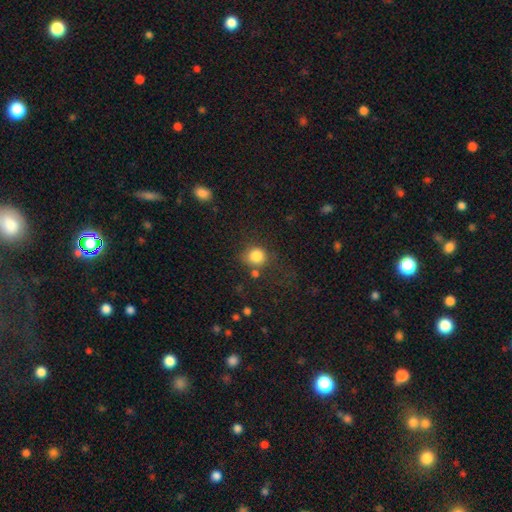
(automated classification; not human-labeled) smooth_or_featured: smooth (p=0.83) [alt: star or artifact p=0.11]
how_rounded: round (p=0.80) [alt: in between p=0.19]
merging: none (p=0.66) [alt: minor disturbance p=0.17]